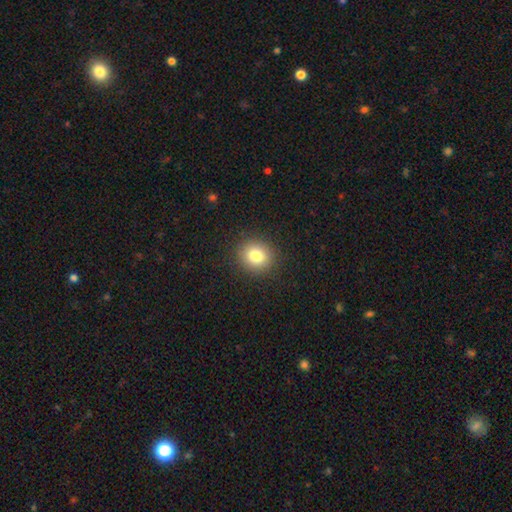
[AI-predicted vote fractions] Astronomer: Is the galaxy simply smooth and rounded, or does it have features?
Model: smooth — 81%.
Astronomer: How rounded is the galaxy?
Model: round — 79%.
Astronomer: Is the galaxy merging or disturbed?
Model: none — 90%.